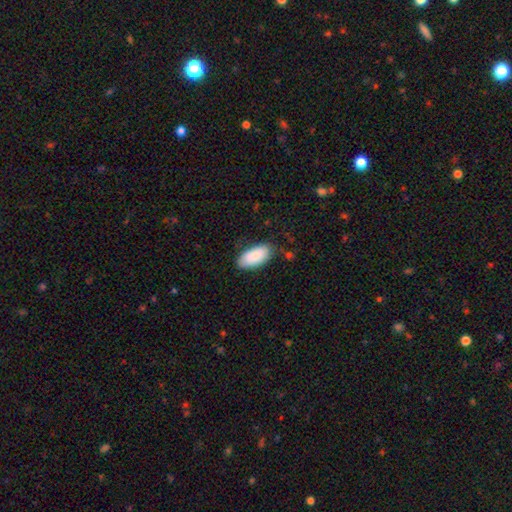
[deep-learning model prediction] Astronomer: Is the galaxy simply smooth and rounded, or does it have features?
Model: smooth — 88%.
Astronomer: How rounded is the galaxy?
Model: in between — 93%.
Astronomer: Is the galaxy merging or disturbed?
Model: none — 79%.